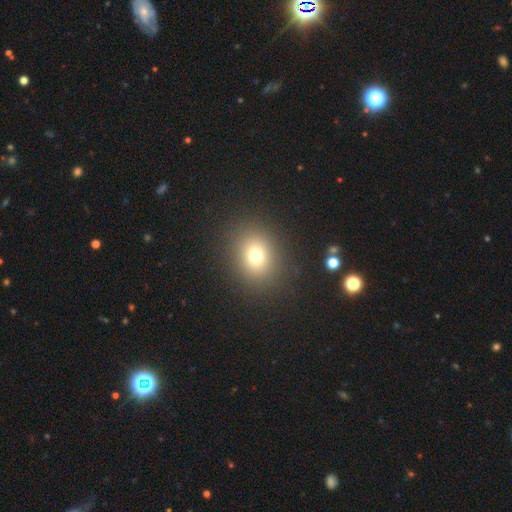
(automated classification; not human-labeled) Smooth or featured? Predicted: smooth (p=0.74). How rounded? Predicted: round (p=0.66). Merging? Predicted: none (p=0.88).